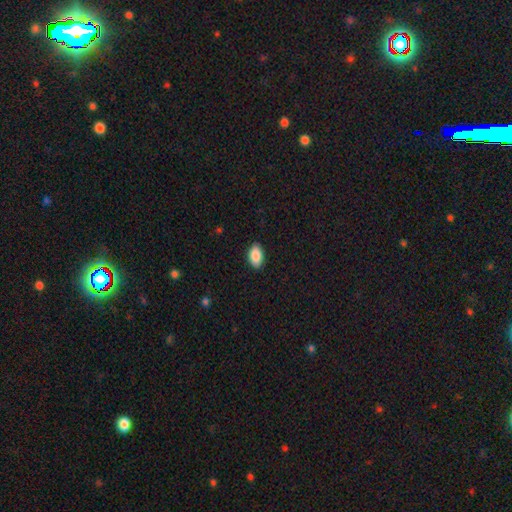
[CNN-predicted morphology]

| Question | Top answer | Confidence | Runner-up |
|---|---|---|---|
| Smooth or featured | smooth | 88% | star or artifact (7%) |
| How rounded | in between | 93% | round (4%) |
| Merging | none | 88% | minor disturbance (9%) |